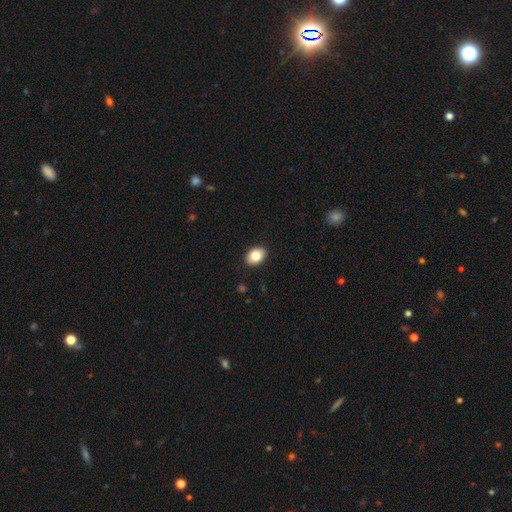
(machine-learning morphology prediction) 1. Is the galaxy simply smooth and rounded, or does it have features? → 84% smooth, 8% star or artifact, 8% featured or disk.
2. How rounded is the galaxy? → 74% in between, 25% round, 1% cigar-shaped.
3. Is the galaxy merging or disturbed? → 90% none, 7% minor disturbance, 2% major disturbance, 1% merger.